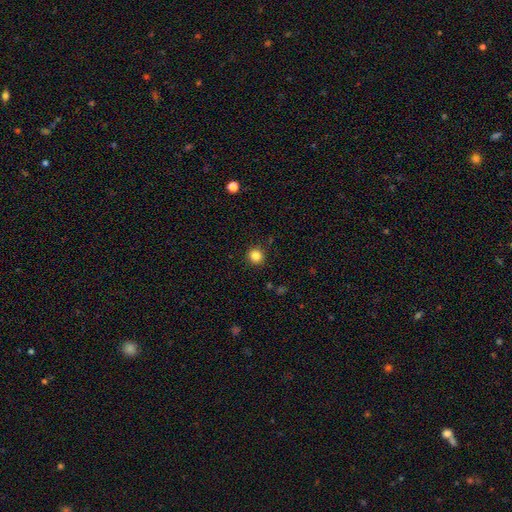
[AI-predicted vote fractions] Overall: smooth (84%). How rounded: round (93%). Merging: none (91%).